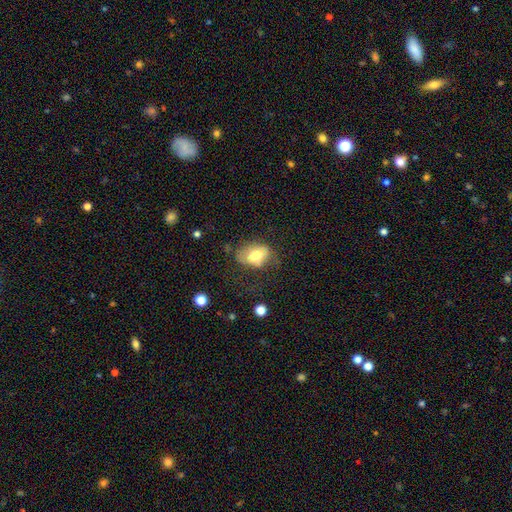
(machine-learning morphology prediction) Q: Smooth or featured?
A: smooth (68%); runner-up: featured or disk (24%)
Q: How rounded?
A: in between (84%); runner-up: round (14%)
Q: Merging?
A: none (53%); runner-up: minor disturbance (28%)